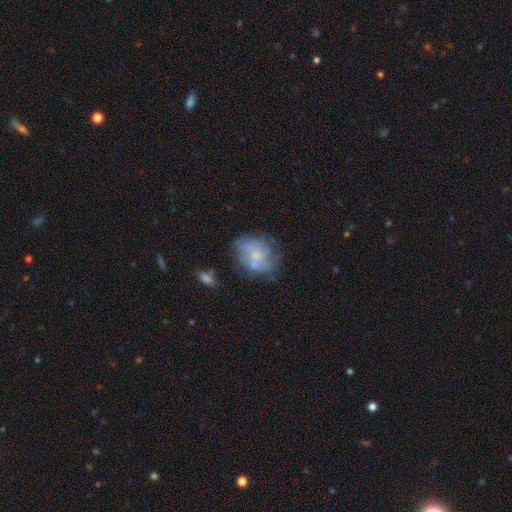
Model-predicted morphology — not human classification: A featured or disk galaxy (53%) with no bar (81%), spiral arms (52%) and a small central bulge (57%). Merging: none (49%).